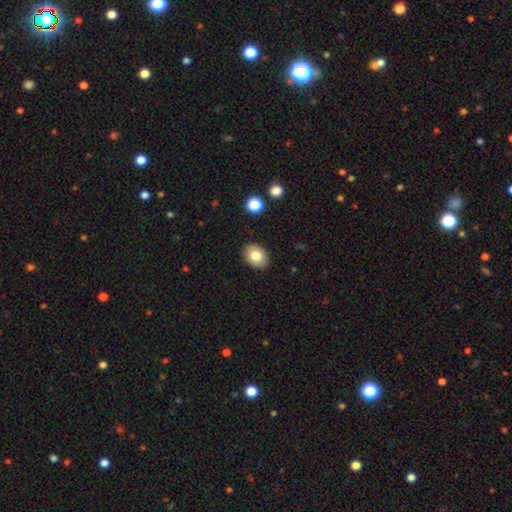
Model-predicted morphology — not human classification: smooth-or-featured: smooth: 82% | featured or disk: 10% | star or artifact: 8%
  how-rounded: in between: 71% | round: 28% | cigar-shaped: 1%
  merging: none: 89% | minor disturbance: 8% | major disturbance: 2% | merger: 1%